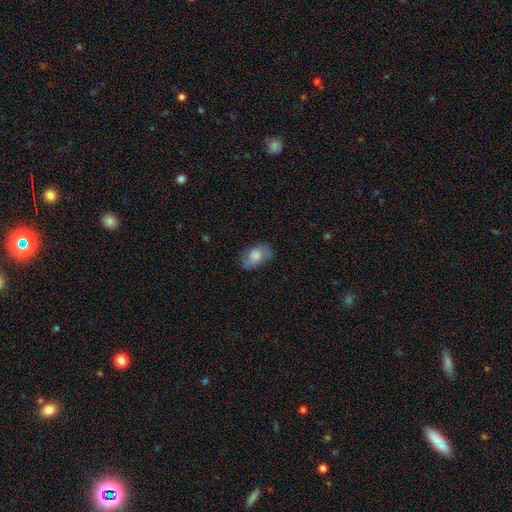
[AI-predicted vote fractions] smooth 70%, featured or disk 22%, star or artifact 8%. Down the decision tree: how rounded — in between (88%); merging — none (67%).